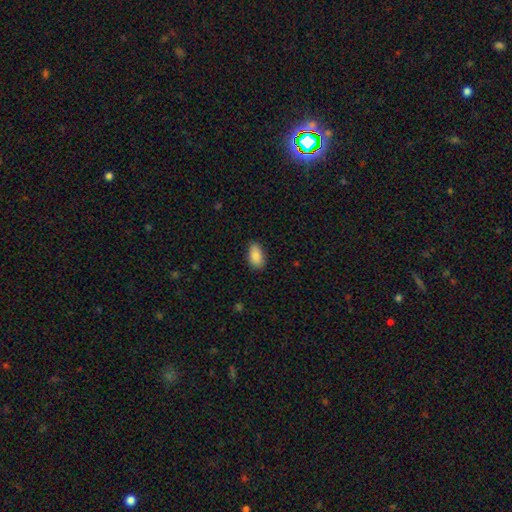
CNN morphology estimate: type=smooth (88%); roundness=in between (93%); merging=none (83%).